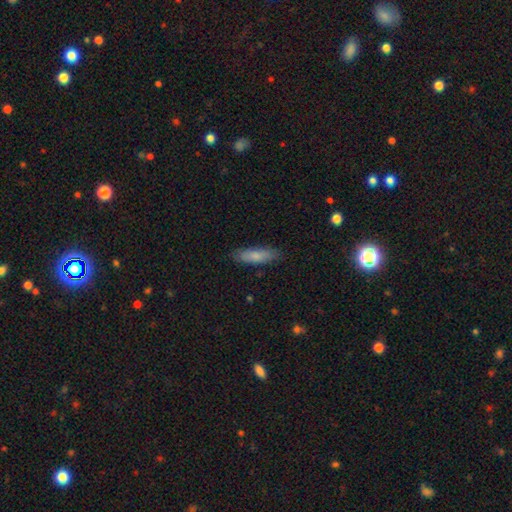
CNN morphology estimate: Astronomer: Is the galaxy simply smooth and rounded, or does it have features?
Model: smooth — 80%.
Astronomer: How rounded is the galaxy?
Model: cigar-shaped — 58% (runner-up: in between, 40%).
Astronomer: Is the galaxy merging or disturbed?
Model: none — 83%.